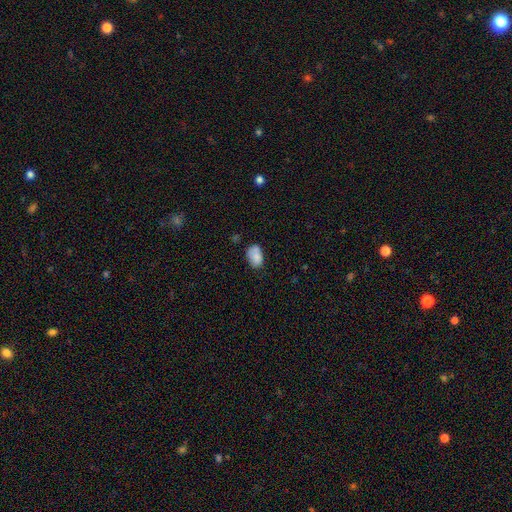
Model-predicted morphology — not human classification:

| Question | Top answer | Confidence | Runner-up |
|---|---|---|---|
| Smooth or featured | smooth | 78% | featured or disk (13%) |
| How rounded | in between | 86% | round (13%) |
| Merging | none | 54% | minor disturbance (27%) |